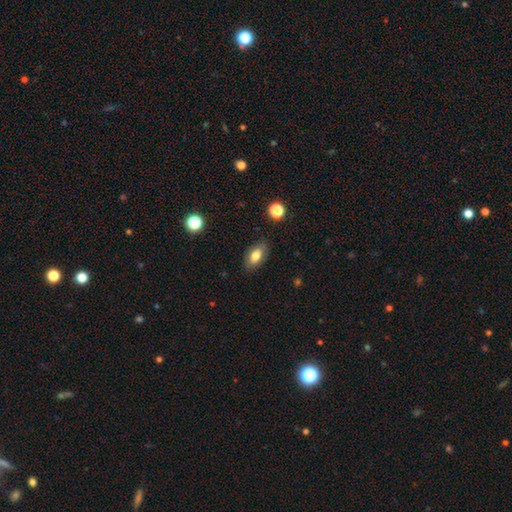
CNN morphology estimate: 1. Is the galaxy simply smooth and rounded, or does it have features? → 76% smooth, 16% featured or disk, 8% star or artifact.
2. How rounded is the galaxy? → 90% in between, 6% round, 4% cigar-shaped.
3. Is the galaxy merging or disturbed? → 85% none, 11% minor disturbance, 3% major disturbance, 1% merger.